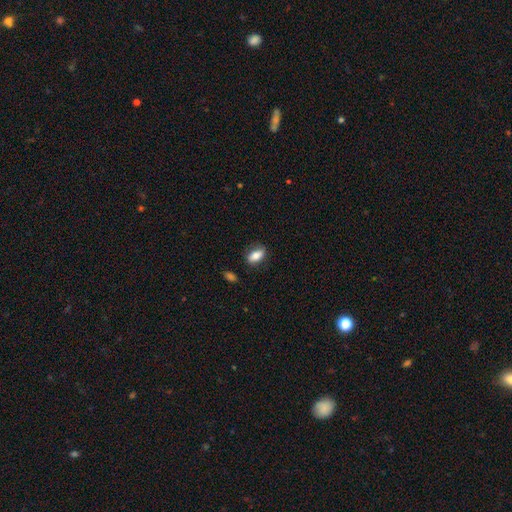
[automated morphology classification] Smooth or featured: smooth — 78% (featured or disk — 15%)
How rounded: in between — 88% (round — 7%)
Merging: none — 77% (minor disturbance — 17%)